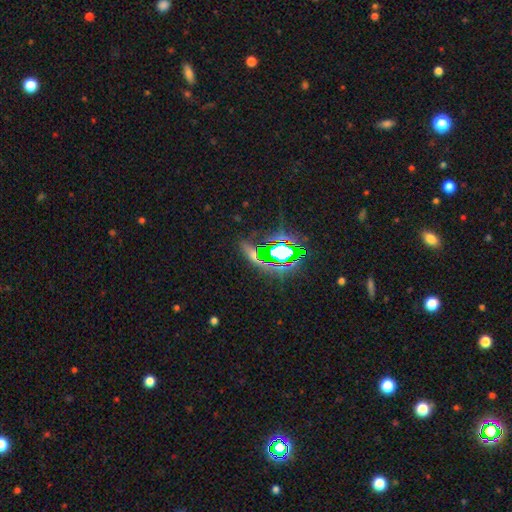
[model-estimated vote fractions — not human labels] This is likely a star or artifact rather than a galaxy (66%).